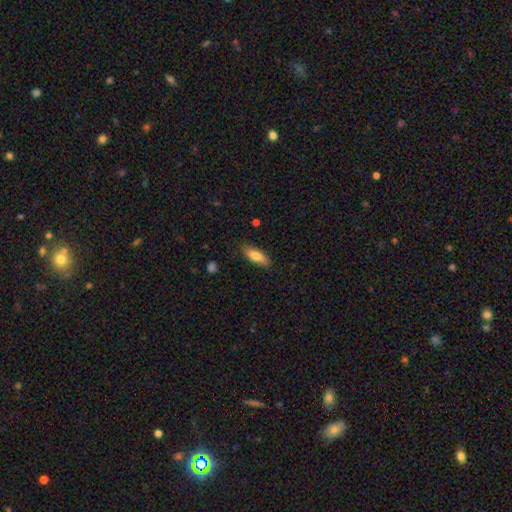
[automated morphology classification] type=smooth (80%); roundness=in between (64%); merging=none (84%).